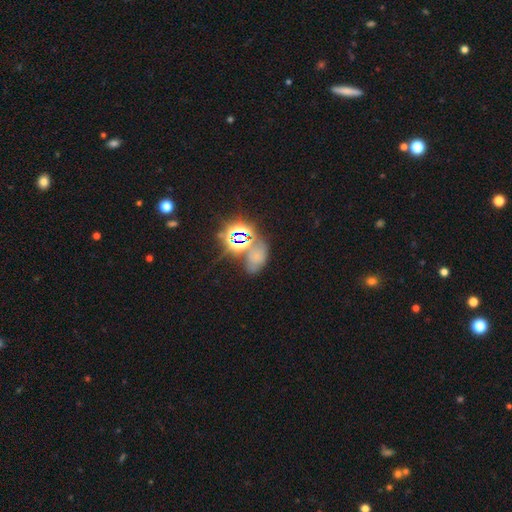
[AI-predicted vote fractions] Overall: star or artifact (49%; smooth 36%).